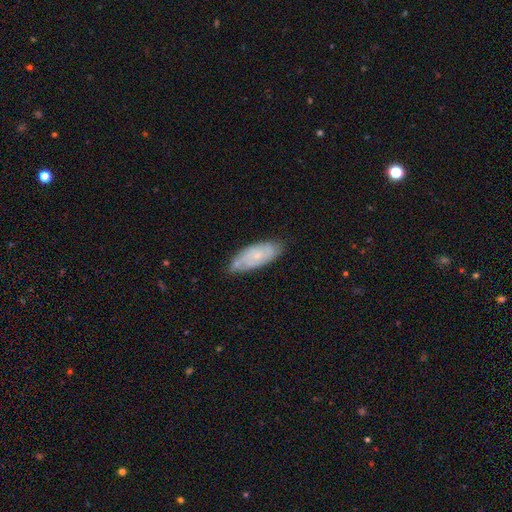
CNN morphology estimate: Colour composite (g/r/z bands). It shows a featured or disk galaxy (51%). Merging: none (67%).